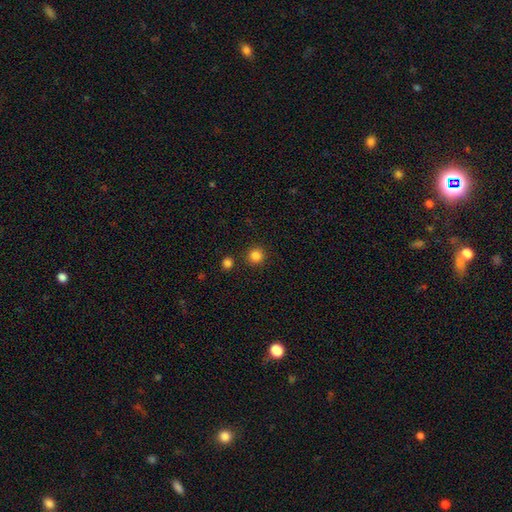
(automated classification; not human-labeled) A smooth galaxy with no disk features (85%) that is round (94%). Merging: none (88%).